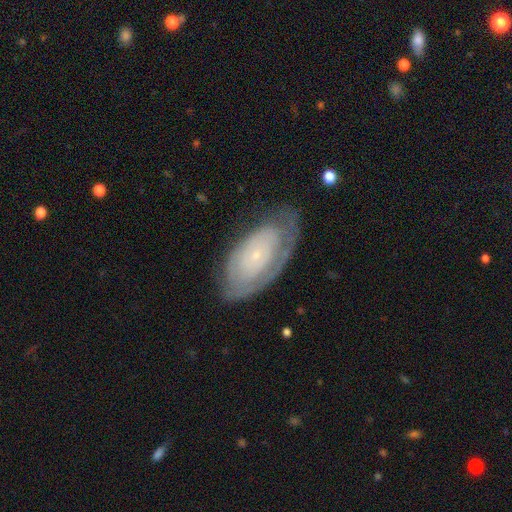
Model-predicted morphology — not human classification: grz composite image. It shows a featured or disk galaxy (62%) with no bar (85%), spiral arms (66%) and a small central bulge (84%). Merging: none (62%).